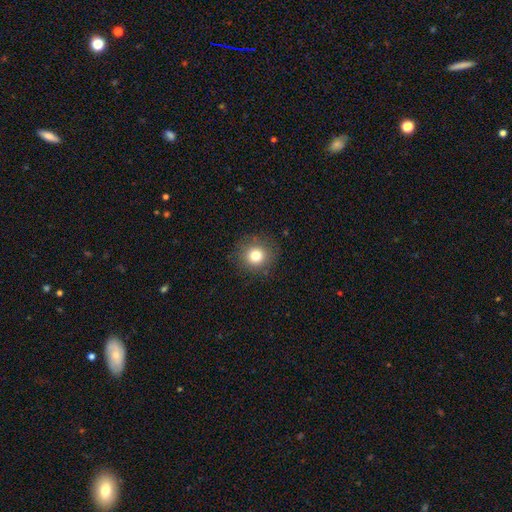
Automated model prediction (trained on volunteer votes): Smooth or featured? smooth (80%)
How rounded? round (91%)
Merging? none (88%)